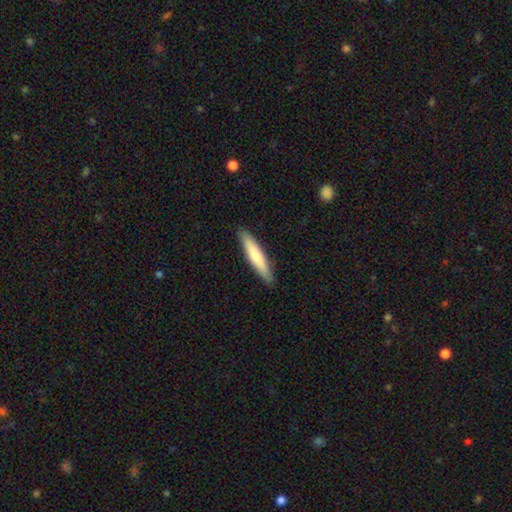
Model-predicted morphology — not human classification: This is likely a smooth galaxy (75%). How rounded: clearly cigar-shaped (89%). Merging: clearly none (90%).